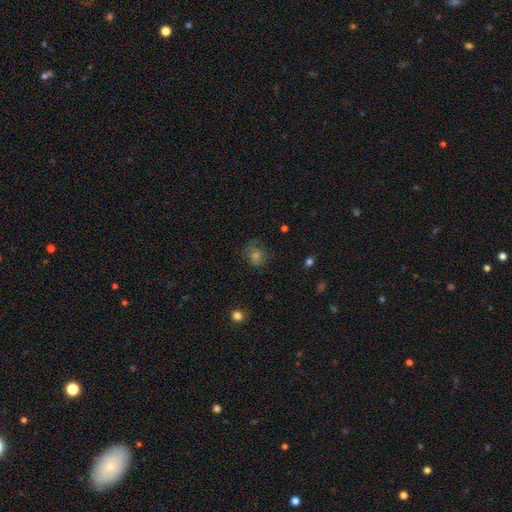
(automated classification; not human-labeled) Smooth or featured: smooth — 53% (star or artifact — 26%)
How rounded: round — 75% (in between — 24%)
Merging: none — 72% (minor disturbance — 18%)